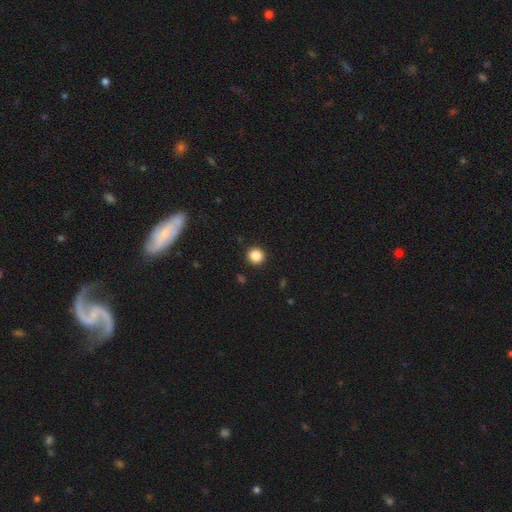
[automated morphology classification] Smooth or featured?
  - smooth: 87% *
  - star or artifact: 10%
  - featured or disk: 3%
How rounded?
  - round: 93% *
  - in between: 6%
  - cigar-shaped: 1%
Merging?
  - none: 92% *
  - minor disturbance: 5%
  - major disturbance: 2%
  - merger: 1%